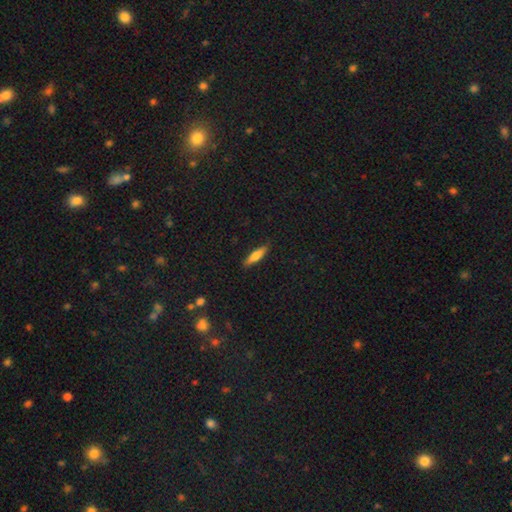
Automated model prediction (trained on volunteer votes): smooth_or_featured: smooth (p=0.67) [alt: featured or disk p=0.27]
how_rounded: cigar-shaped (p=0.74) [alt: in between p=0.24]
merging: none (p=0.87) [alt: minor disturbance p=0.10]